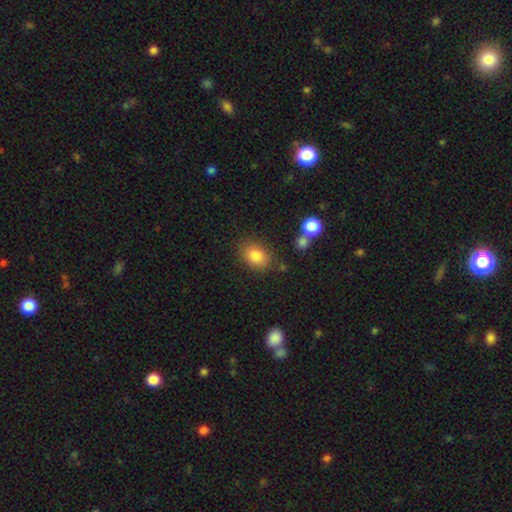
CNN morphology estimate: A smooth galaxy with no disk features (84%) that is in between round and cigar-shaped (70%).

Vote fractions:
- Smooth or featured? smooth: 84% / star or artifact: 9% / featured or disk: 7%
- How rounded? in between: 70% / round: 29% / cigar-shaped: 1%
- Merging? none: 77% / minor disturbance: 14% / merger: 5% / major disturbance: 4%